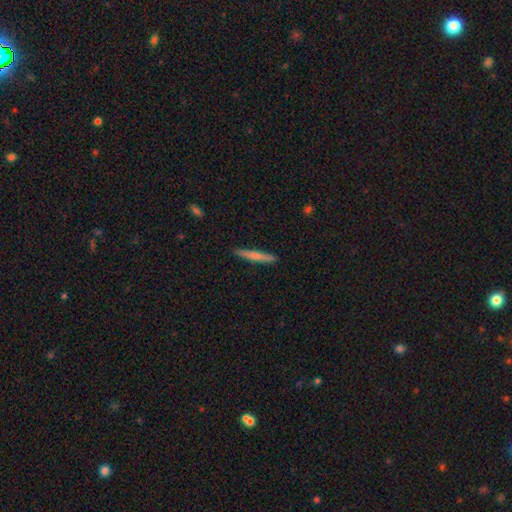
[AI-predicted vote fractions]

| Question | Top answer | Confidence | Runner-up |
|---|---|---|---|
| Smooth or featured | smooth | 65% | featured or disk (30%) |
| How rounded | cigar-shaped | 95% | in between (3%) |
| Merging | none | 89% | minor disturbance (8%) |